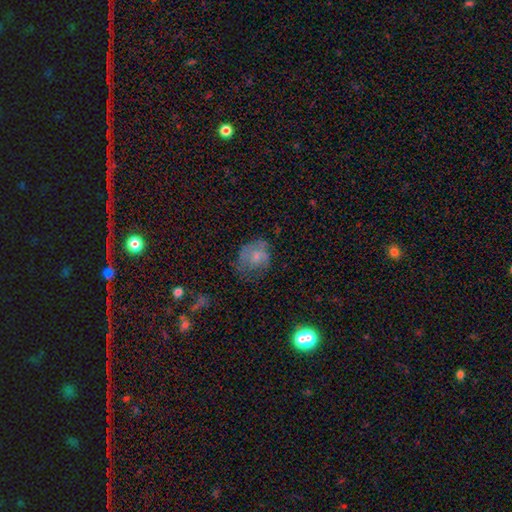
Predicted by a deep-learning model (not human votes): Smooth or featured: smooth — 51% (featured or disk — 37%)
How rounded: round — 65% (in between — 34%)
Merging: none — 48% (minor disturbance — 27%)